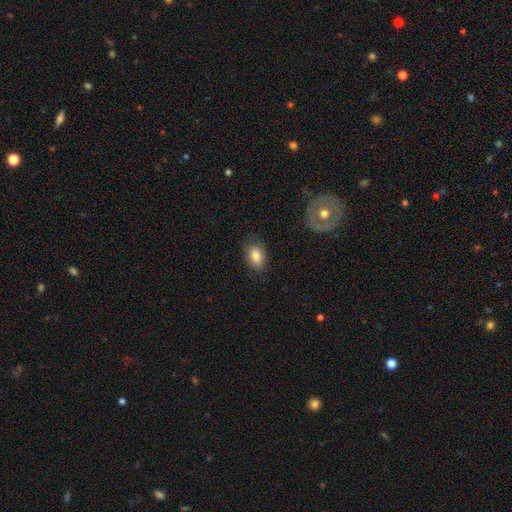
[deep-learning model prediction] Morphology: type=smooth (83%); roundness=in between (82%); merging=none (81%).